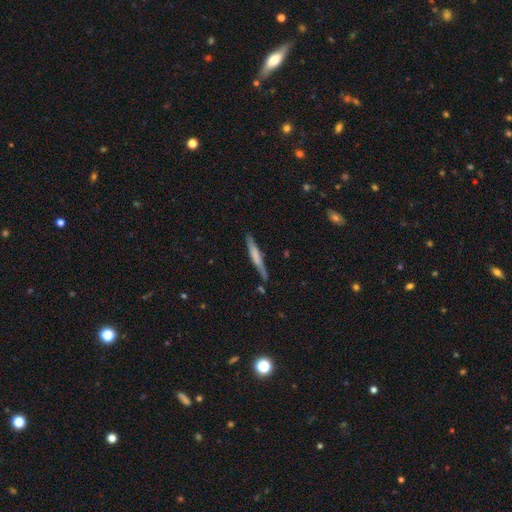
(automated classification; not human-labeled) A smooth galaxy with no disk features (55%) that is cigar-shaped (95%).

Vote fractions:
- Smooth or featured? smooth: 55% / featured or disk: 39% / star or artifact: 6%
- How rounded? cigar-shaped: 95% / in between: 4% / round: 1%
- Merging? none: 81% / minor disturbance: 13% / merger: 3% / major disturbance: 3%